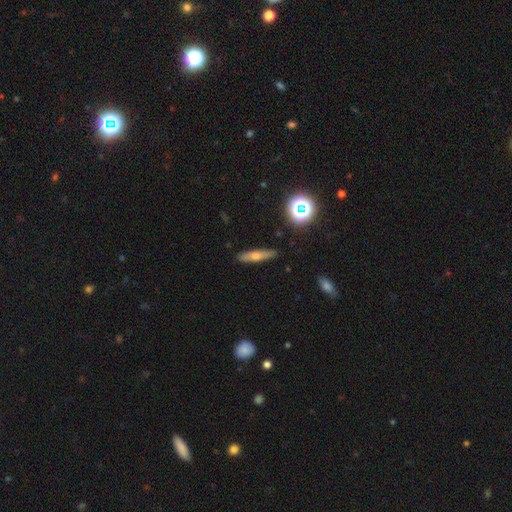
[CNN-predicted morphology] smooth_or_featured: smooth (p=0.57) [alt: featured or disk p=0.32]
how_rounded: cigar-shaped (p=0.79) [alt: in between p=0.17]
merging: none (p=0.86) [alt: minor disturbance p=0.10]